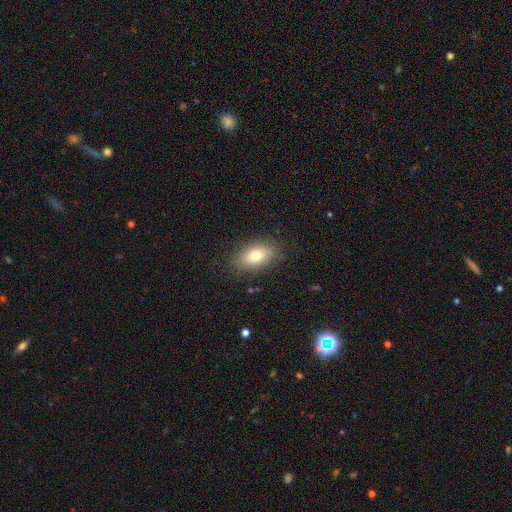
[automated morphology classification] smooth-or-featured: smooth: 75% | featured or disk: 15% | star or artifact: 9%
  how-rounded: in between: 88% | round: 9% | cigar-shaped: 3%
  merging: none: 84% | minor disturbance: 11% | major disturbance: 4% | merger: 1%